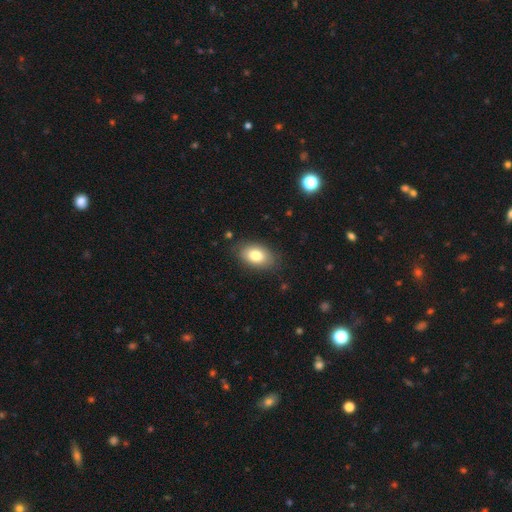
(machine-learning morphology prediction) Smooth or featured? smooth (81%)
How rounded? in between (90%)
Merging? none (83%)